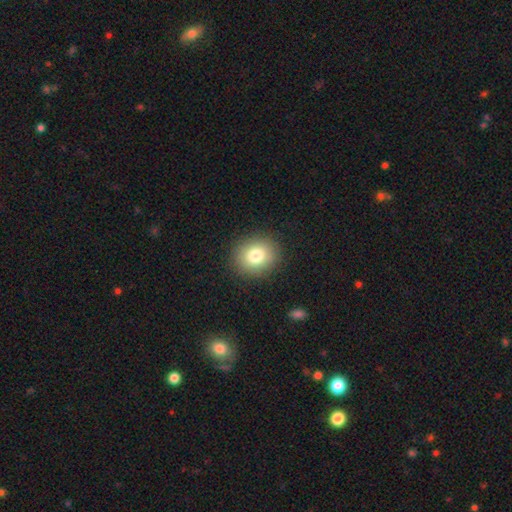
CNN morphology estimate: This is likely a smooth galaxy (80%). How rounded: likely round (79%). Merging: clearly none (90%).